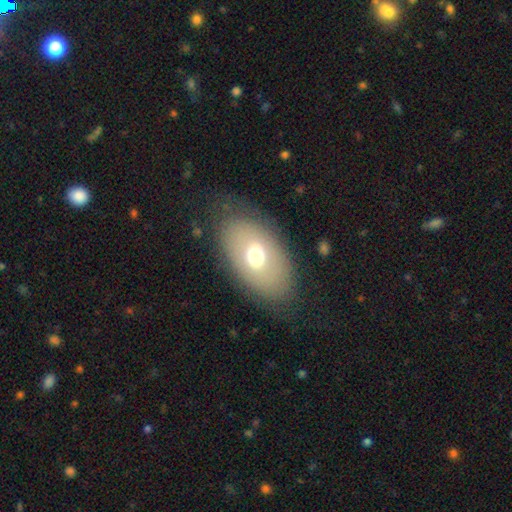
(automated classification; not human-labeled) Morphology: type=smooth (61%); roundness=in between (87%); merging=none (80%).